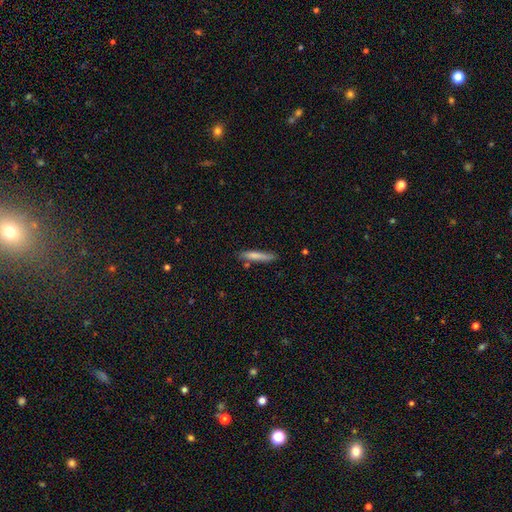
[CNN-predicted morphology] The model was most divided on "smooth or featured": smooth: 76%, featured or disk: 18%, star or artifact: 6%. More confident: how rounded — cigar-shaped (91%); merging — none (76%).